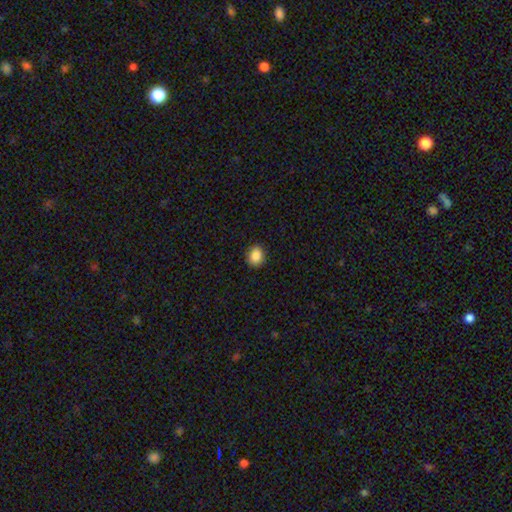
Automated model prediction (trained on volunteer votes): Smooth or featured: smooth — 88% (star or artifact — 9%)
How rounded: round — 60% (in between — 39%)
Merging: none — 88% (minor disturbance — 9%)